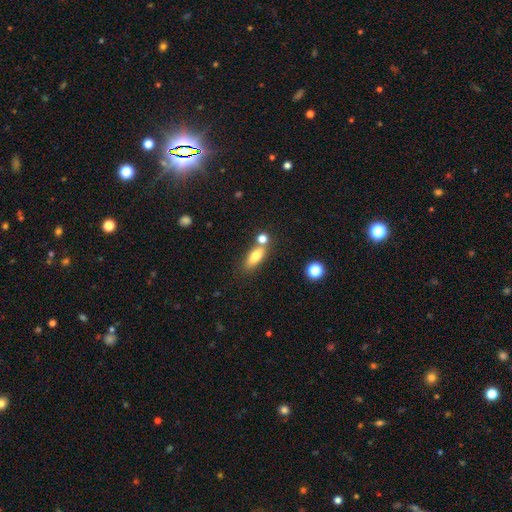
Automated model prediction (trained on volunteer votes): Morphology: type=smooth (75%); roundness=in between (68%); merging=none (60%).